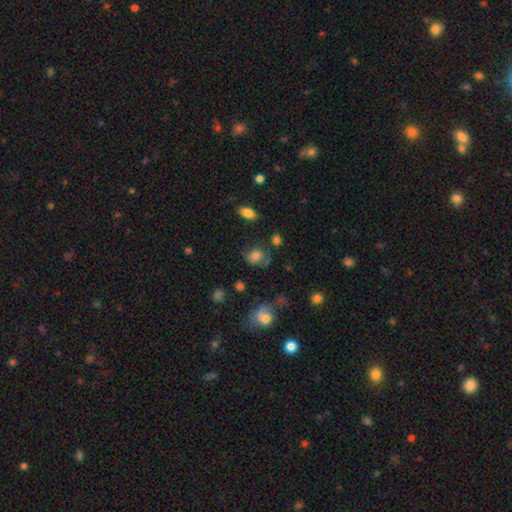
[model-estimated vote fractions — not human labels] smooth_or_featured: smooth (p=0.73) [alt: featured or disk p=0.15]
how_rounded: round (p=0.56) [alt: in between p=0.43]
merging: none (p=0.55) [alt: minor disturbance p=0.25]